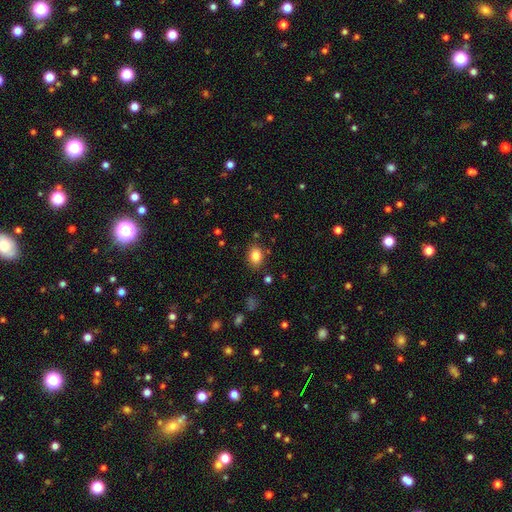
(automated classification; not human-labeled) Smooth or featured? smooth (84%)
How rounded? in between (74%)
Merging? none (84%)